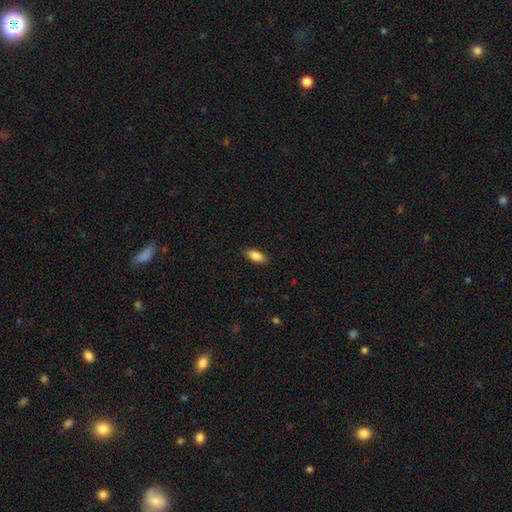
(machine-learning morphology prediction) smooth_or_featured: smooth (p=0.85) [alt: featured or disk p=0.08]
how_rounded: in between (p=0.86) [alt: cigar-shaped p=0.12]
merging: none (p=0.88) [alt: minor disturbance p=0.09]